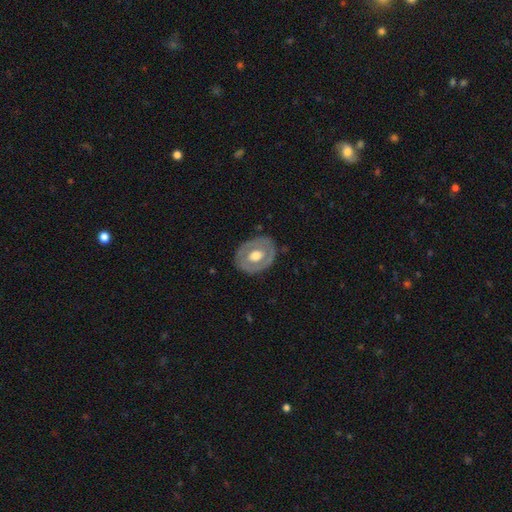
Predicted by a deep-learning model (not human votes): smooth-or-featured: featured or disk: 57% | smooth: 38% | star or artifact: 5%
  disk-edge-on: no: 94% | yes: 6%
    bar: no: 78% | weak: 17% | strong: 5%
    has-spiral-arms: no: 81% | yes: 19%
    bulge-size: moderate: 54% | large: 39% | small: 4% | dominant: 2% | none: 1%
  merging: none: 80% | minor disturbance: 14% | major disturbance: 5% | merger: 1%